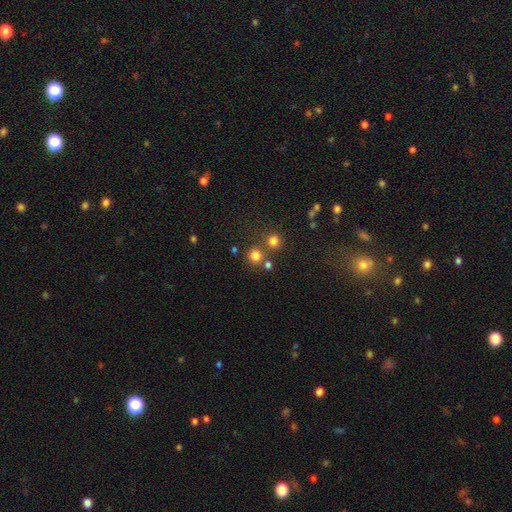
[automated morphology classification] type=smooth (77%); roundness=round (90%); merging=none (70%).